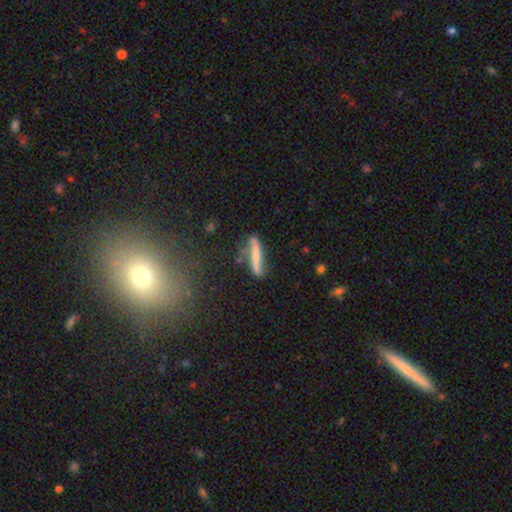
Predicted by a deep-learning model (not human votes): Q: Smooth or featured?
A: smooth (52%); runner-up: featured or disk (40%)
Q: How rounded?
A: cigar-shaped (87%); runner-up: in between (11%)
Q: Merging?
A: none (62%); runner-up: minor disturbance (24%)